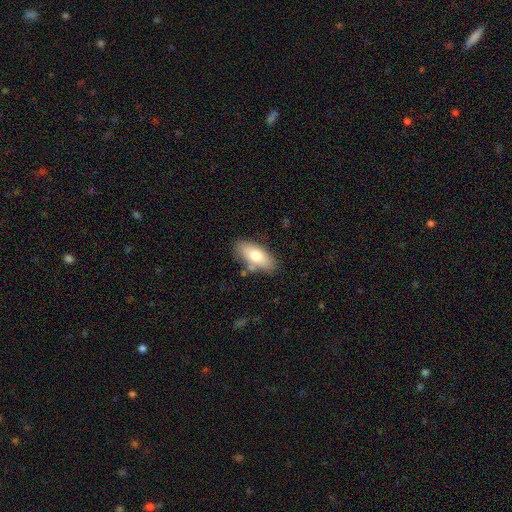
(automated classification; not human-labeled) Q: Smooth or featured?
A: smooth (73%); runner-up: featured or disk (20%)
Q: How rounded?
A: in between (86%); runner-up: cigar-shaped (11%)
Q: Merging?
A: none (77%); runner-up: minor disturbance (15%)